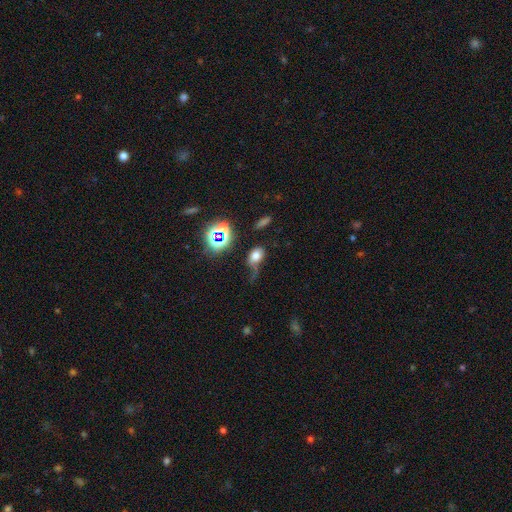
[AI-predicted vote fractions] smooth-or-featured: smooth: 68% | star or artifact: 20% | featured or disk: 12%
  how-rounded: in between: 72% | round: 26% | cigar-shaped: 2%
  merging: none: 42% | minor disturbance: 28% | major disturbance: 22% | merger: 8%